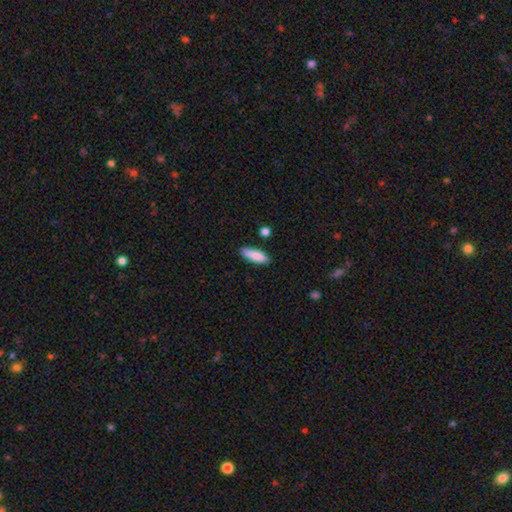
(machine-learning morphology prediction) This appears to be a smooth galaxy with no disk features (84%) that is in between round and cigar-shaped (56%). Merging: none (84%).